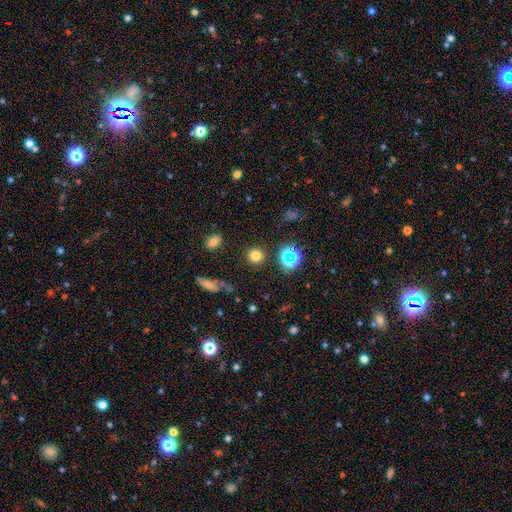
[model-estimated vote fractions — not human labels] smooth 72%, star or artifact 21%, featured or disk 6%. Down the decision tree: how rounded — round (93%); merging — none (87%).